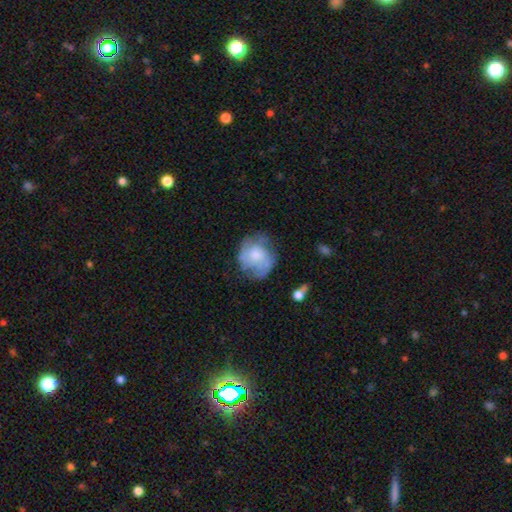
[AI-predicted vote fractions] A featured or disk galaxy (56%) with no bar (79%), spiral arms (68%) and a moderate central bulge (42%). Merging: none (55%).